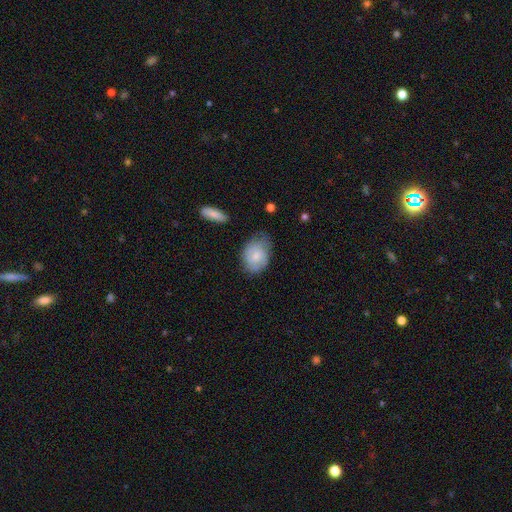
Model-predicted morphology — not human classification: Smooth or featured?
  - smooth: 68% *
  - featured or disk: 26%
  - star or artifact: 6%
How rounded?
  - in between: 69% *
  - round: 30%
  - cigar-shaped: 1%
Merging?
  - none: 57% *
  - minor disturbance: 32%
  - major disturbance: 9%
  - merger: 2%